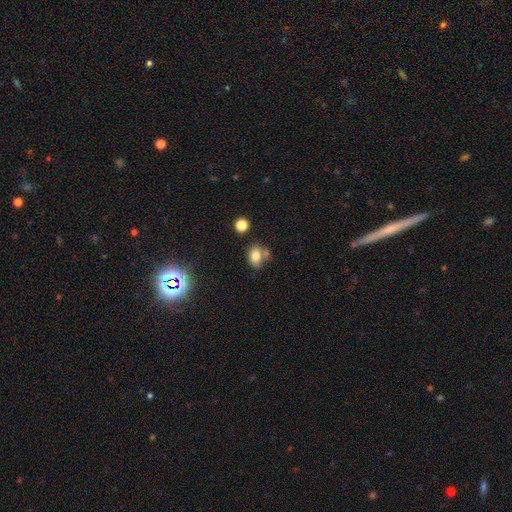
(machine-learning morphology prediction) Smooth or featured: smooth — 78% (star or artifact — 12%)
How rounded: in between — 75% (round — 24%)
Merging: none — 53% (merger — 25%)